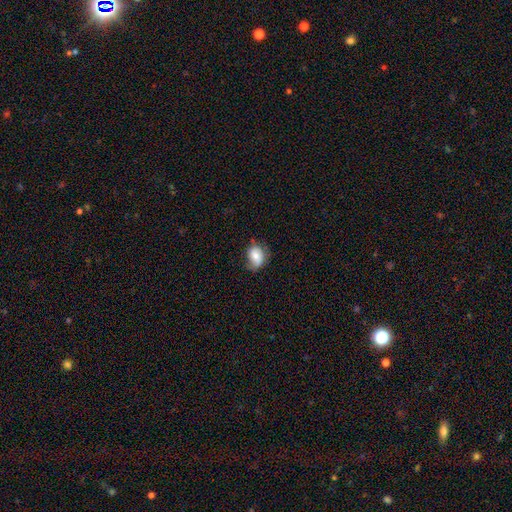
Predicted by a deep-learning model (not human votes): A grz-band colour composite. It shows a smooth galaxy with no disk features (67%) that is in between round and cigar-shaped (65%). Merging: none (55%).